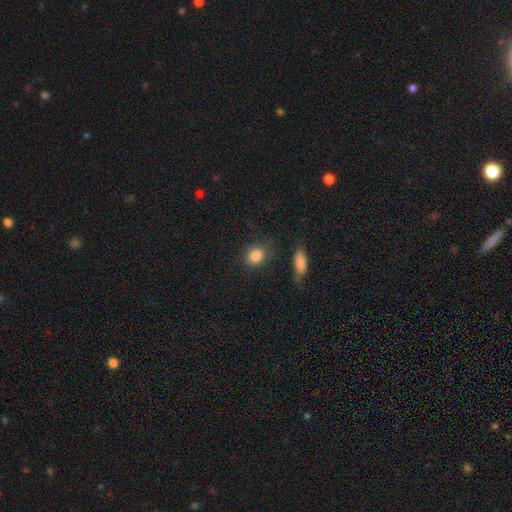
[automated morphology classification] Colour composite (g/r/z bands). It shows a smooth galaxy with no disk features (86%) that is round (59%). Merging: none (71%).